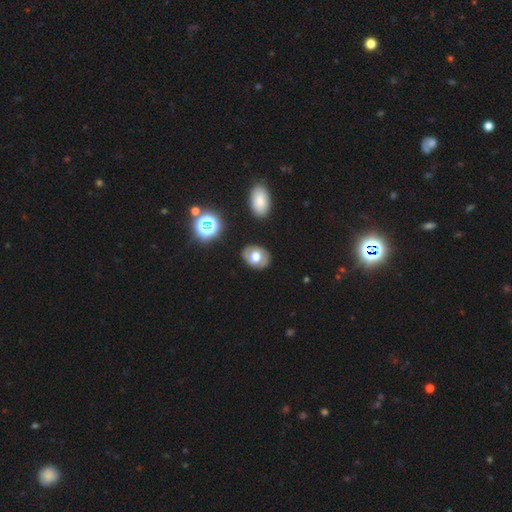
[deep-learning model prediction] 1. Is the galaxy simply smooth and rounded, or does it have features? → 55% smooth, 32% featured or disk, 13% star or artifact.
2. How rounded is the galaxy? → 57% in between, 42% round, 1% cigar-shaped.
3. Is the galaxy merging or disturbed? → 84% none, 10% minor disturbance, 3% major disturbance, 2% merger.